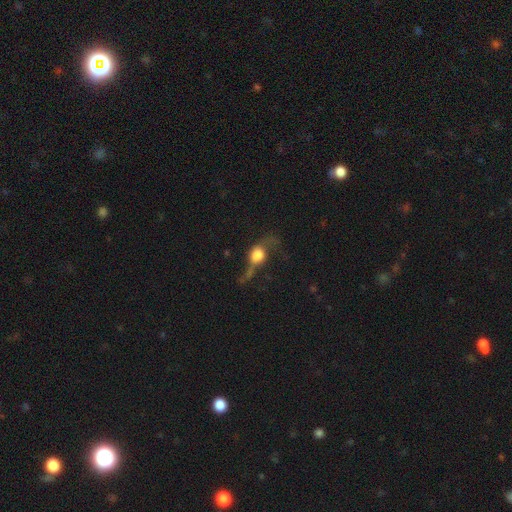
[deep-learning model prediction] This appears to be a featured or disk galaxy (55%). Merging: none (40%).